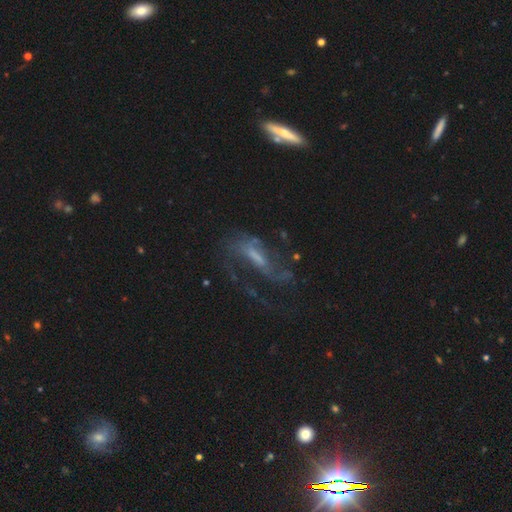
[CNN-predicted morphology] Smooth or featured?
  - featured or disk: 71% *
  - smooth: 17%
  - star or artifact: 13%
Edge-on disk?
  - no: 85% *
  - yes: 15%
Bar?
  - weak: 38% *
  - strong: 37%
  - no: 25%
Spiral arms?
  - yes: 76% *
  - no: 24%
Bulge size?
  - small: 34% *
  - moderate: 30%
  - none: 28%
  - large: 7%
  - dominant: 2%
Merging?
  - none: 42% *
  - major disturbance: 36%
  - minor disturbance: 18%
  - merger: 4%